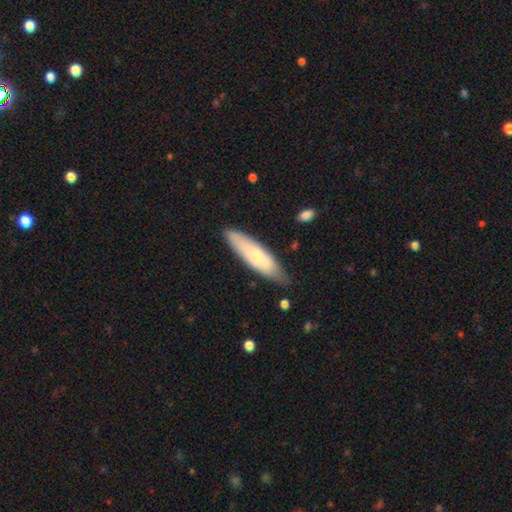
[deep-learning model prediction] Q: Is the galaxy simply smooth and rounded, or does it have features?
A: smooth — 67%.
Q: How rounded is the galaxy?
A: cigar-shaped — 65%.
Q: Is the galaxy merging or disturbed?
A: none — 78%.